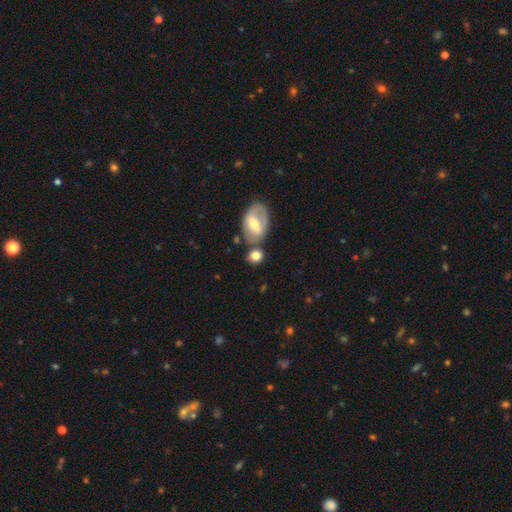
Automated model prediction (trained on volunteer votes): Overall: smooth (73%). How rounded: in between (53%; round 44%). Merging: none (52%; merger 26%).